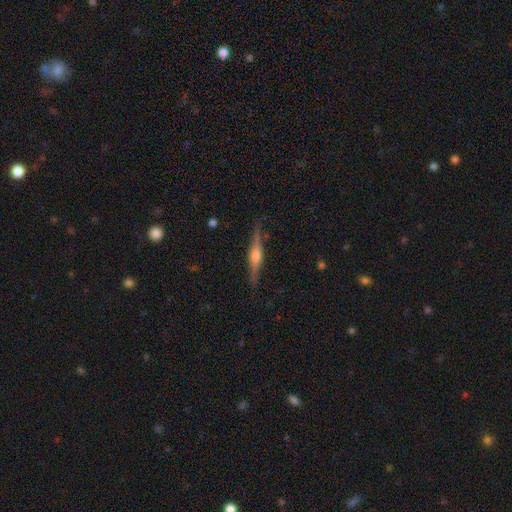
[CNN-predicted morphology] smooth-or-featured: featured or disk: 73% | smooth: 21% | star or artifact: 6%
  disk-edge-on: yes: 97% | no: 3%
    edge-on-bulge: rounded: 86% | boxy: 9% | none: 5%
  merging: none: 85% | minor disturbance: 11% | major disturbance: 2% | merger: 1%